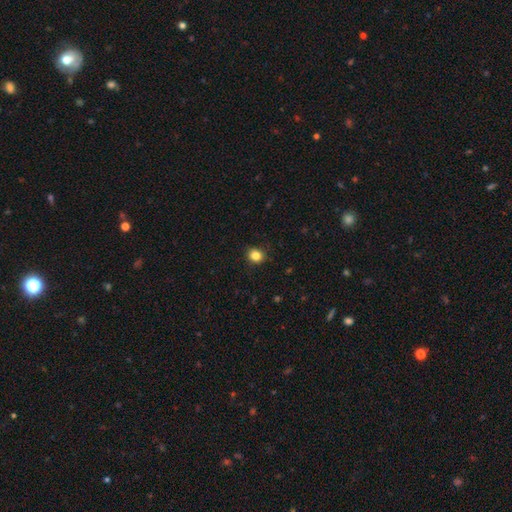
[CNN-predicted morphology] smooth_or_featured: smooth (p=0.84) [alt: star or artifact p=0.11]
how_rounded: round (p=0.77) [alt: in between p=0.22]
merging: none (p=0.88) [alt: minor disturbance p=0.09]